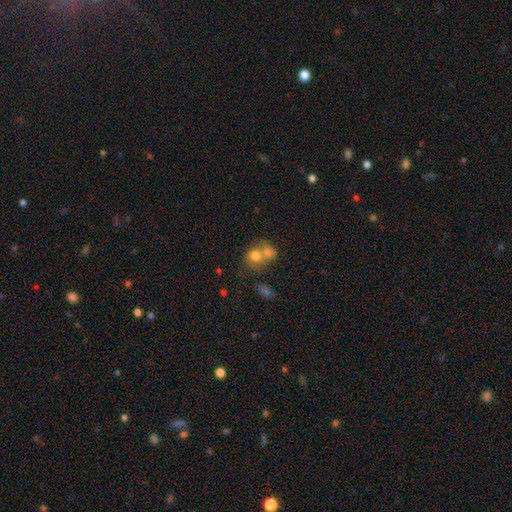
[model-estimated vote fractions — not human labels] Smooth or featured? Predicted: smooth (p=0.74). How rounded? Predicted: round (p=0.70). Merging? Predicted: merger (p=0.63).